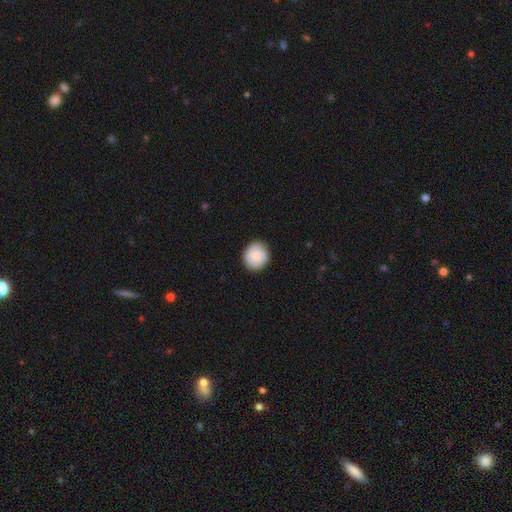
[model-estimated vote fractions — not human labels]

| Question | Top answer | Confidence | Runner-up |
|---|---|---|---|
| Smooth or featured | smooth | 83% | featured or disk (10%) |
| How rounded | round | 85% | in between (14%) |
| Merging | none | 88% | minor disturbance (9%) |